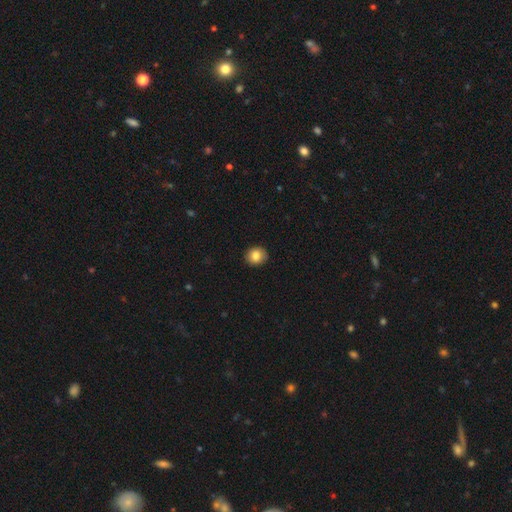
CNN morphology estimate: Smooth or featured? Predicted: smooth (p=0.84). How rounded? Predicted: round (p=0.75). Merging? Predicted: none (p=0.89).